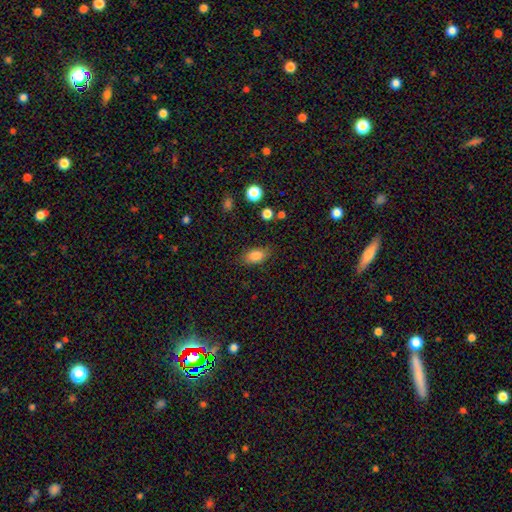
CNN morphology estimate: The model was most divided on "merging": none: 82%, minor disturbance: 13%, major disturbance: 4%, merger: 2%. More confident: how rounded — in between (87%); smooth or featured — smooth (84%).